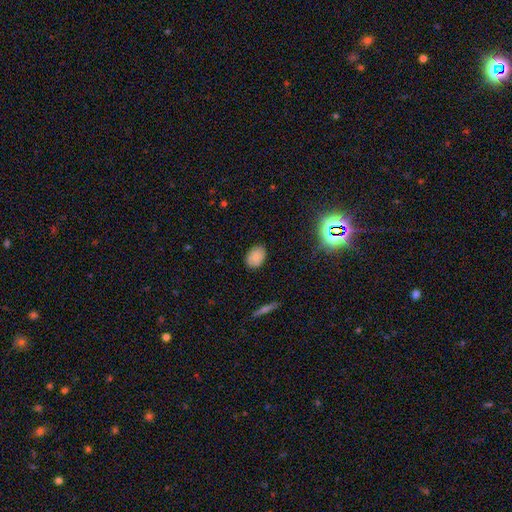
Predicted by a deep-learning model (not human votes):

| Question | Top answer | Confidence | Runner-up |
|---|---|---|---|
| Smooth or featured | smooth | 81% | star or artifact (11%) |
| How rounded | in between | 80% | round (19%) |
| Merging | none | 86% | minor disturbance (11%) |